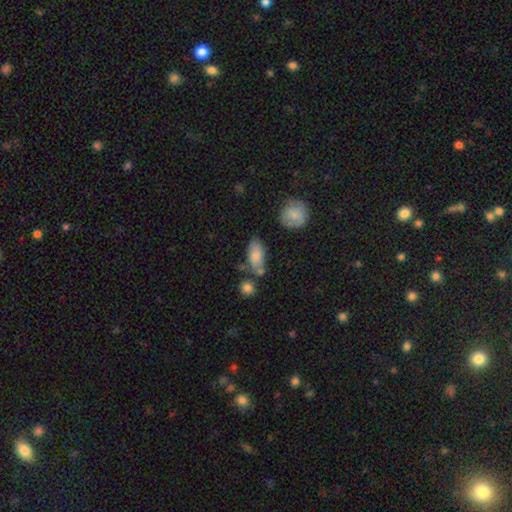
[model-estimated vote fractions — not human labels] Smooth or featured? smooth (80%)
How rounded? in between (88%)
Merging? none (53%)